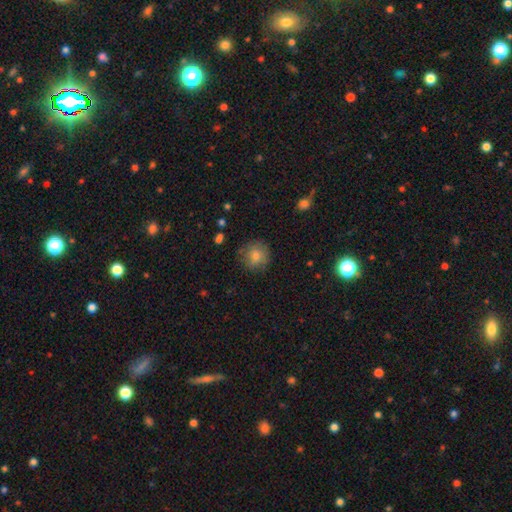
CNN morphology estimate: Q: Smooth or featured?
A: smooth (78%); runner-up: star or artifact (12%)
Q: How rounded?
A: round (91%); runner-up: in between (8%)
Q: Merging?
A: none (84%); runner-up: minor disturbance (11%)